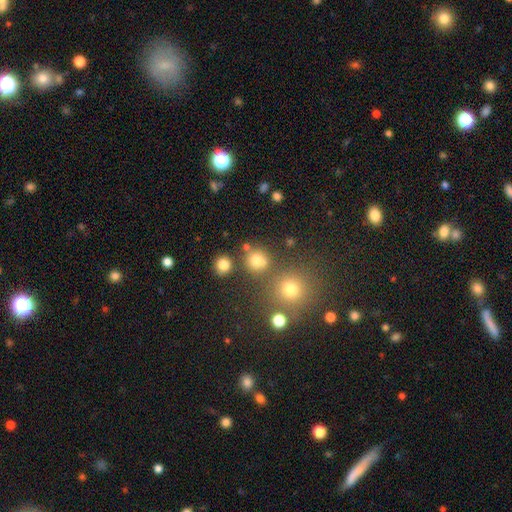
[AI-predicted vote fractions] Overall: smooth (69%). How rounded: round (90%). Merging: none (77%).